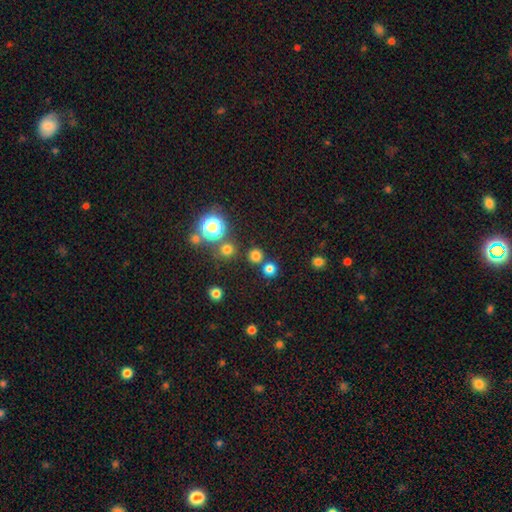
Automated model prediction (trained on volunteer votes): Smooth or featured? Predicted: smooth (p=0.72). How rounded? Predicted: round (p=0.94). Merging? Predicted: none (p=0.80).